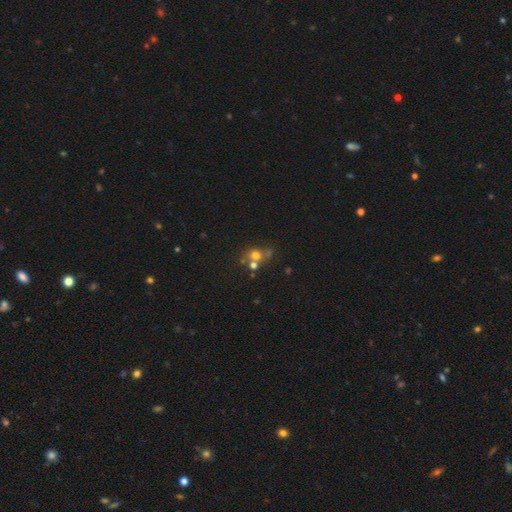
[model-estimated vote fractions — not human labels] This is possibly a smooth galaxy (56%). How rounded: likely round (72%). Merging: marginally none (43%).